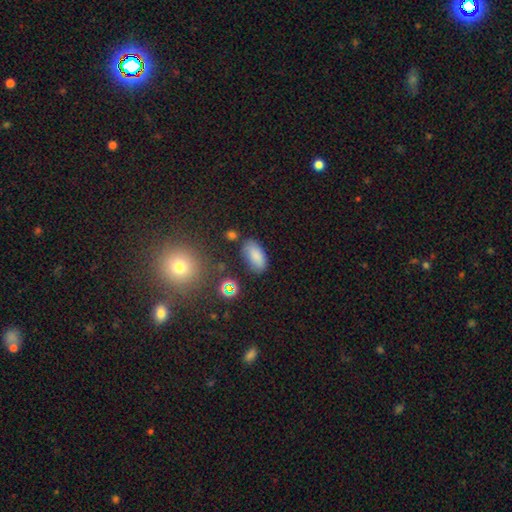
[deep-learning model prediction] Morphology: type=smooth (81%); roundness=in between (92%); merging=none (74%).